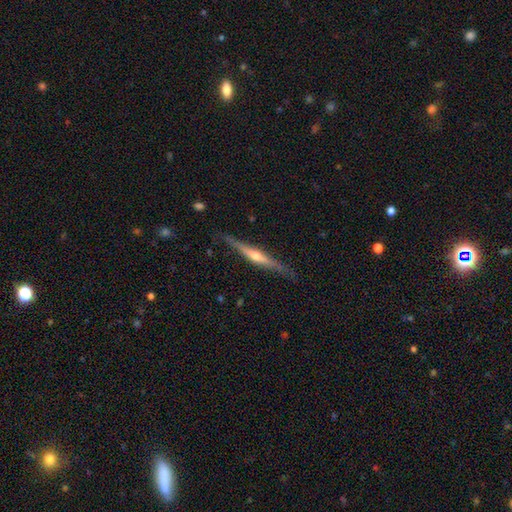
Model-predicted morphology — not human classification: This appears to be a featured or disk galaxy (75%) viewed edge-on (97%) with a rounded central bulge (85%). Merging: none (85%).